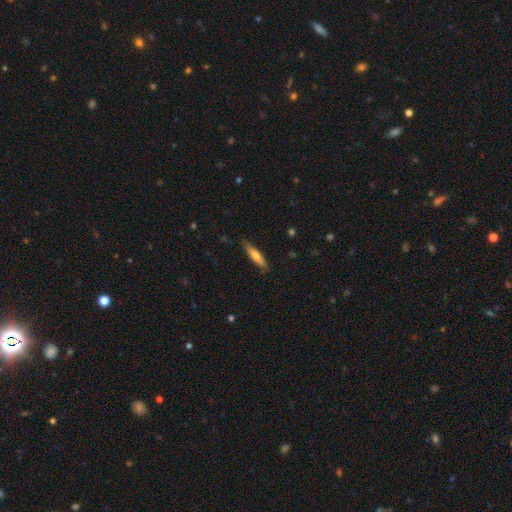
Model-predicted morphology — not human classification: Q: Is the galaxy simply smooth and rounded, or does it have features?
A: smooth — 62%.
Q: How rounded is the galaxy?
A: cigar-shaped — 83%.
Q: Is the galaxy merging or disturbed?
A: none — 84%.